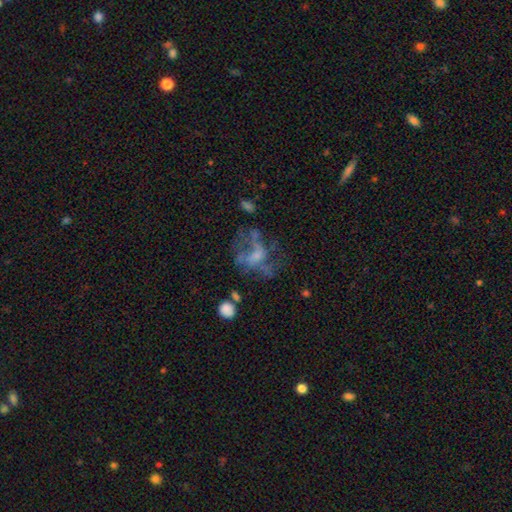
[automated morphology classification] Smooth or featured: featured or disk — 55% (smooth — 27%)
Edge-on disk: no — 97% (yes — 3%)
Bar: no — 75% (weak — 20%)
Spiral arms: no — 74% (yes — 26%)
Bulge size: none — 38% (small — 36%)
Merging: major disturbance — 41% (none — 35%)